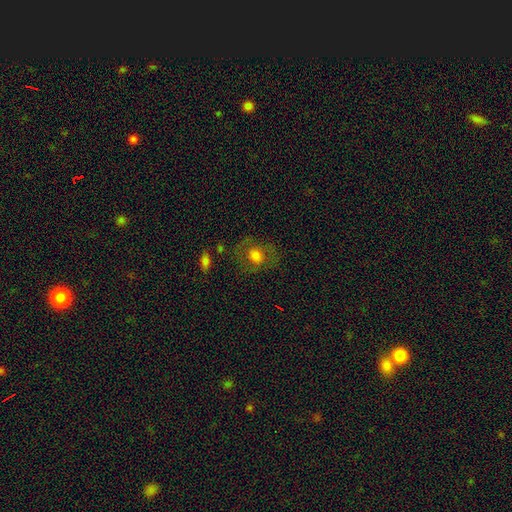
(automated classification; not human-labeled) This is likely a smooth galaxy (61%). How rounded: likely round (65%). Merging: likely none (71%).